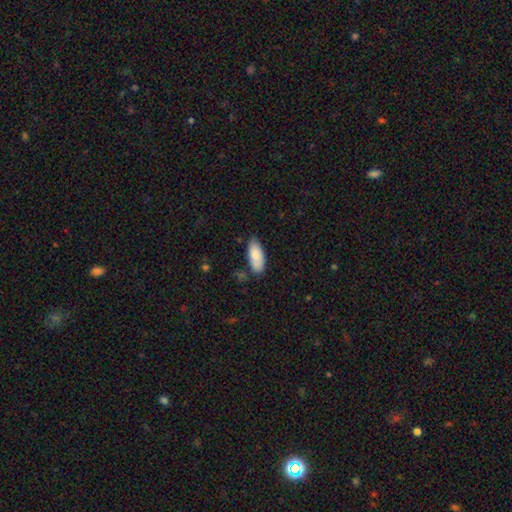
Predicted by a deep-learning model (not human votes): Overall: smooth (82%). How rounded: in between (86%). Merging: none (74%).